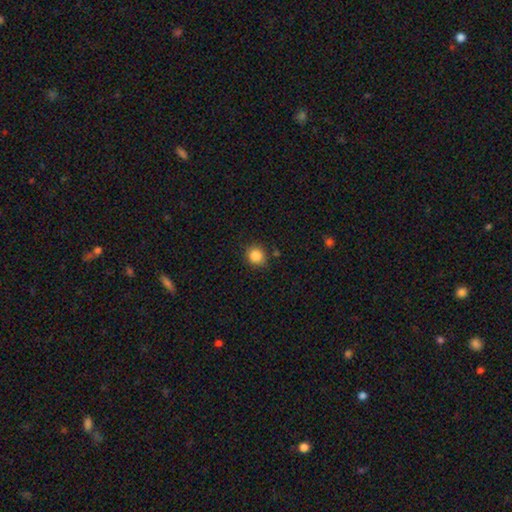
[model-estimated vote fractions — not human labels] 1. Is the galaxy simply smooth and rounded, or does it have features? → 86% smooth, 11% star or artifact, 4% featured or disk.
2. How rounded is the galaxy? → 87% round, 12% in between, 1% cigar-shaped.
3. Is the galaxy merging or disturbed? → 80% none, 14% minor disturbance, 3% major disturbance, 3% merger.